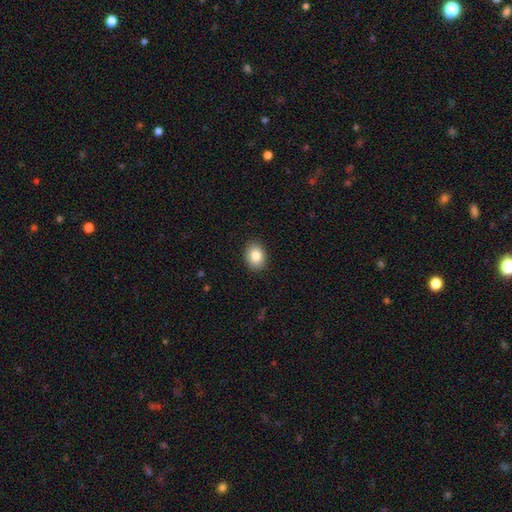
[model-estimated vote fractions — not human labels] Smooth or featured?
  - smooth: 86% *
  - star or artifact: 8%
  - featured or disk: 6%
How rounded?
  - in between: 67% *
  - round: 32%
  - cigar-shaped: 1%
Merging?
  - none: 89% *
  - minor disturbance: 8%
  - major disturbance: 2%
  - merger: 1%